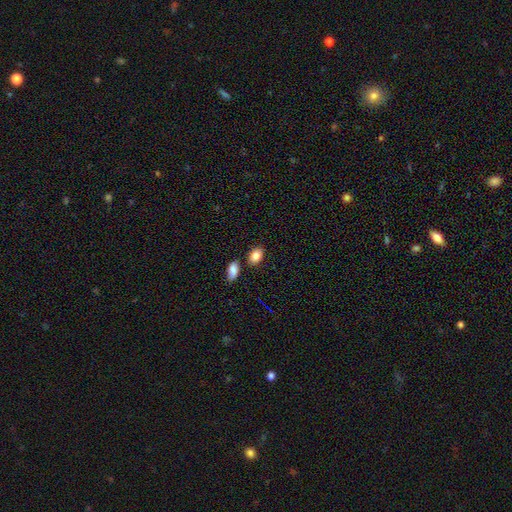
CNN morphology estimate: This appears to be a smooth galaxy with no disk features (84%) that is in between round and cigar-shaped (84%). Merging: none (77%).